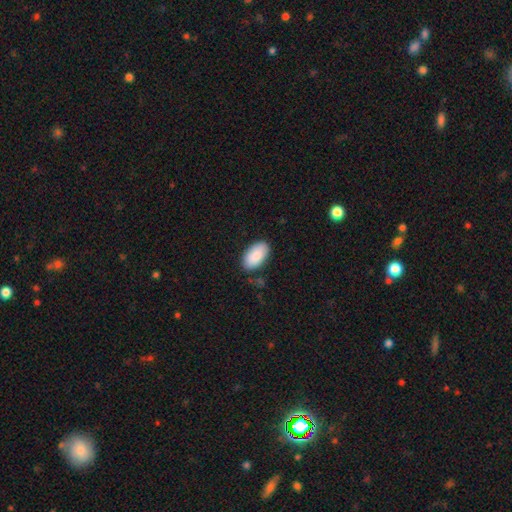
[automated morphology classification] smooth-or-featured: smooth: 87% | featured or disk: 7% | star or artifact: 6%
  how-rounded: in between: 95% | round: 3% | cigar-shaped: 1%
  merging: none: 82% | minor disturbance: 13% | major disturbance: 3% | merger: 2%